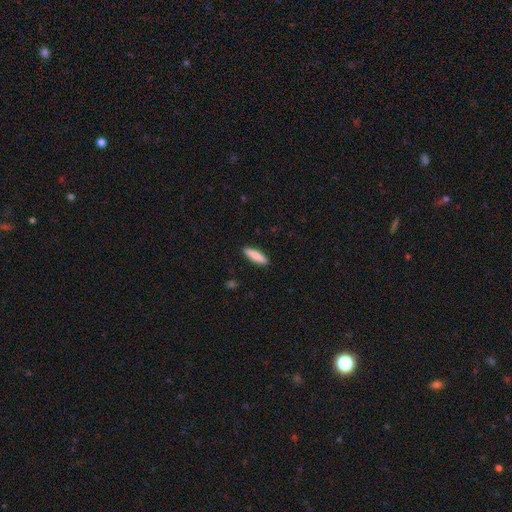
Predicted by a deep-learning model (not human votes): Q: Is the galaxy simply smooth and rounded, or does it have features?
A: smooth — 84%.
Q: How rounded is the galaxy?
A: cigar-shaped — 70%.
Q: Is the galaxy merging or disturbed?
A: none — 91%.